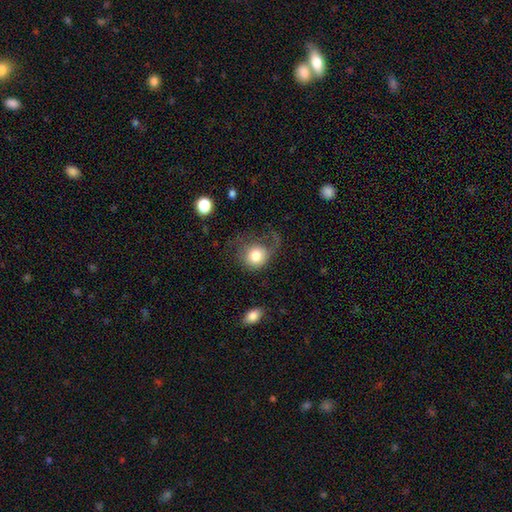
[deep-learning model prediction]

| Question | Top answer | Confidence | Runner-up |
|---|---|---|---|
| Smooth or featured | smooth | 77% | featured or disk (15%) |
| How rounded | round | 81% | in between (18%) |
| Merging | major disturbance | 38% | none (37%) |